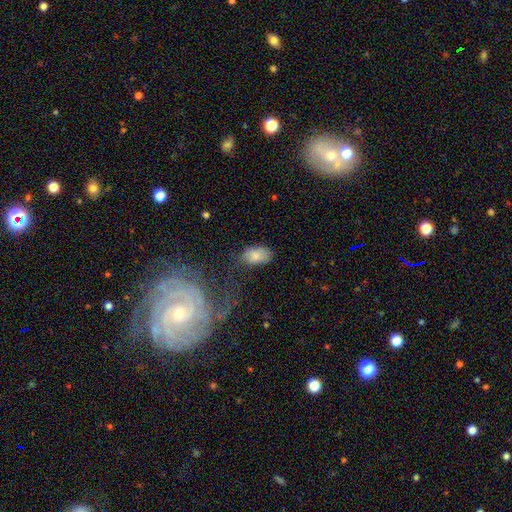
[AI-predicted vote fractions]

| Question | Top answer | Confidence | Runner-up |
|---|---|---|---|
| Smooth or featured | smooth | 79% | featured or disk (12%) |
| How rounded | in between | 91% | round (7%) |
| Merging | none | 65% | minor disturbance (24%) |